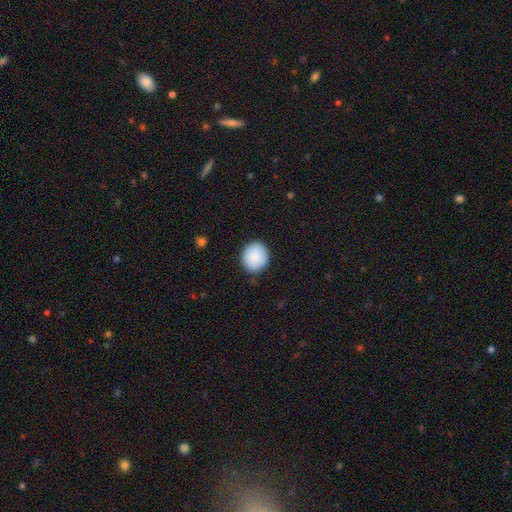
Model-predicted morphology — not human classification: Smooth or featured? Predicted: smooth (p=0.89). How rounded? Predicted: round (p=0.83). Merging? Predicted: none (p=0.88).